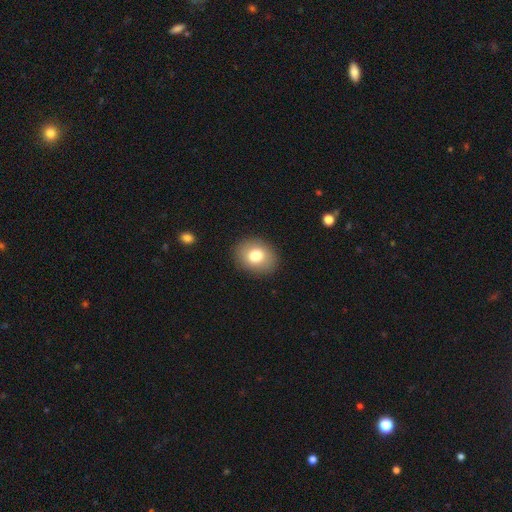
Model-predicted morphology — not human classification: The model was most divided on "how rounded": in between: 55%, round: 45%, cigar-shaped: 1%. More confident: merging — none (89%); smooth or featured — smooth (78%).